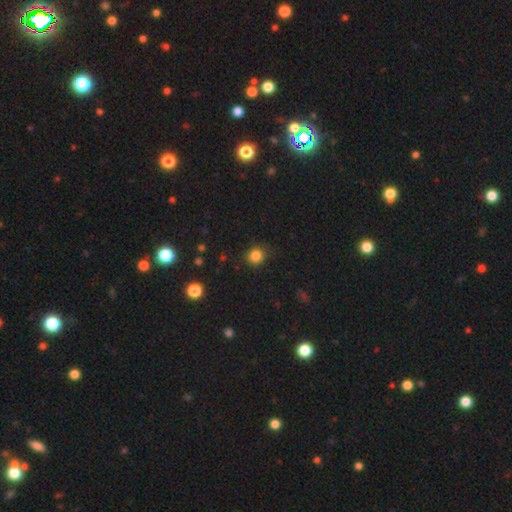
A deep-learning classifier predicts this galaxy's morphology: This is clearly a smooth galaxy (83%). How rounded: clearly round (88%). Merging: clearly none (88%).